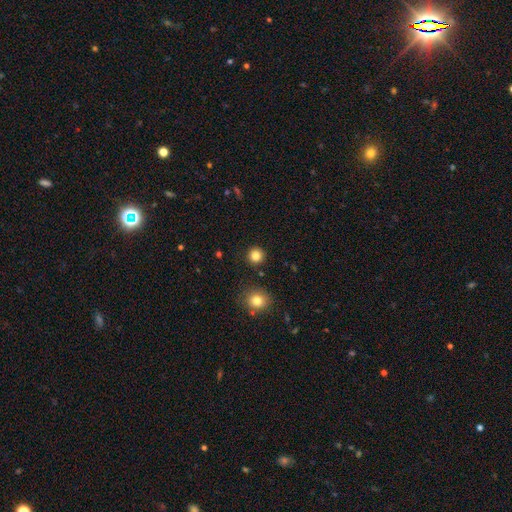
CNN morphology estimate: A smooth galaxy with no disk features (83%) that is round (95%). Merging: none (91%).